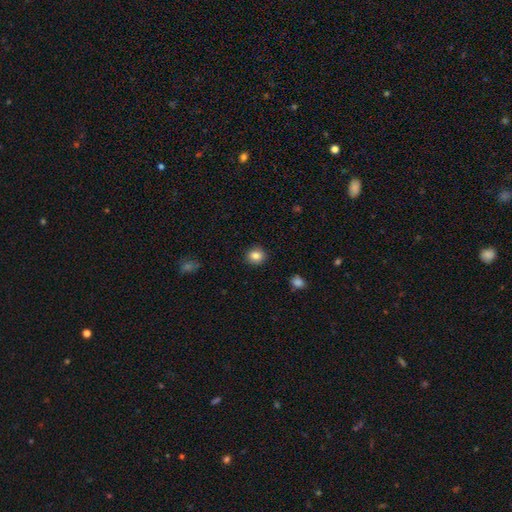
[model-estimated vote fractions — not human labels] Smooth or featured? smooth (84%)
How rounded? round (81%)
Merging? none (91%)